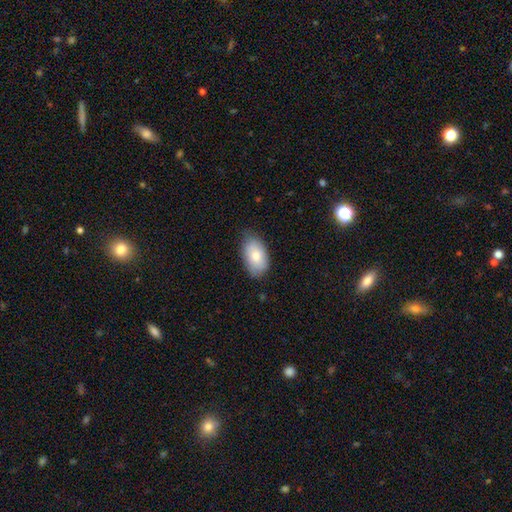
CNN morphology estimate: Q: Smooth or featured?
A: smooth (80%); runner-up: featured or disk (14%)
Q: How rounded?
A: in between (93%); runner-up: round (6%)
Q: Merging?
A: none (76%); runner-up: minor disturbance (19%)